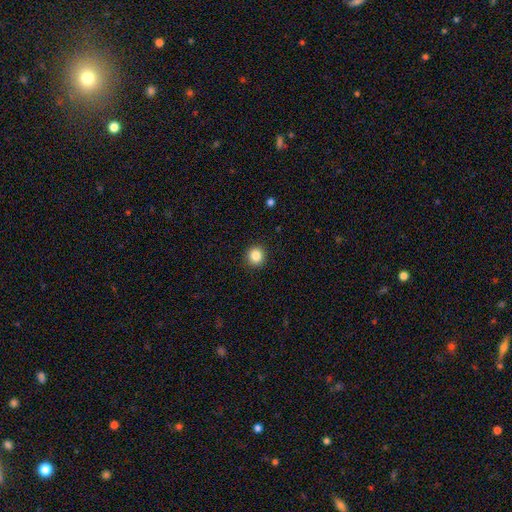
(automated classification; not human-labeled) The model was most divided on "smooth or featured": smooth: 85%, star or artifact: 11%, featured or disk: 4%. More confident: how rounded — round (93%); merging — none (92%).